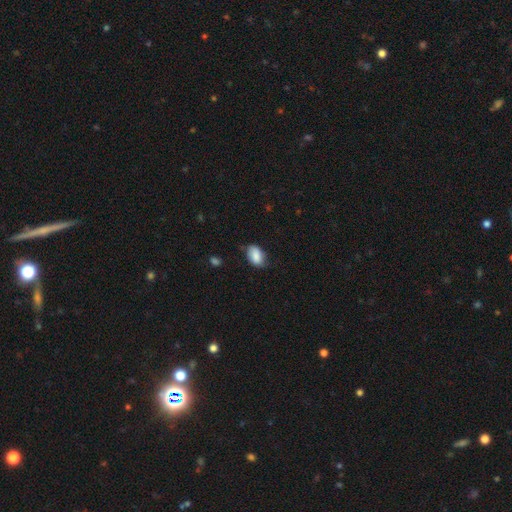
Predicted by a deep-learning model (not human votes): The model was most divided on "merging": none: 63%, minor disturbance: 29%, major disturbance: 6%, merger: 2%. More confident: how rounded — in between (88%); smooth or featured — smooth (82%).